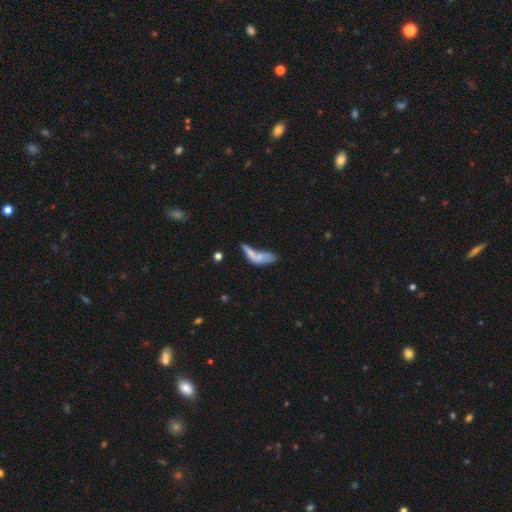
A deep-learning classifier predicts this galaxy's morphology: Smooth or featured: smooth — 61% (featured or disk — 29%)
How rounded: in between — 57% (cigar-shaped — 39%)
Merging: merger — 49% (none — 21%)